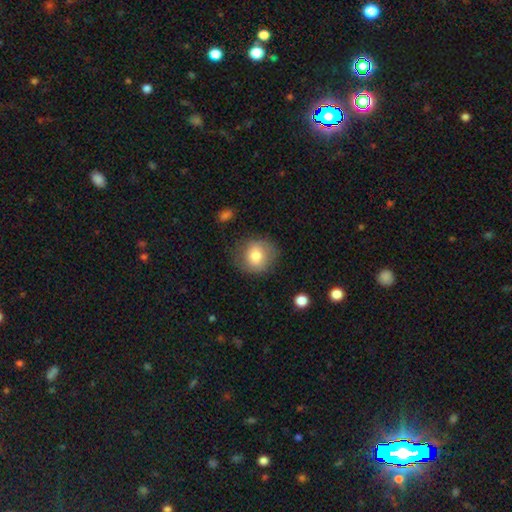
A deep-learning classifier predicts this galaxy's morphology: smooth-or-featured: smooth: 77% | featured or disk: 15% | star or artifact: 8%
  how-rounded: round: 81% | in between: 18% | cigar-shaped: 1%
  merging: none: 72% | minor disturbance: 19% | major disturbance: 7% | merger: 2%